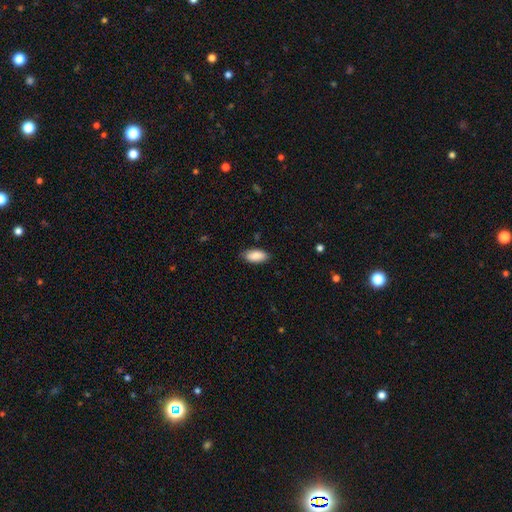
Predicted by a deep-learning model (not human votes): A smooth galaxy with no disk features (89%) that is in between round and cigar-shaped (90%).

Vote fractions:
- Smooth or featured? smooth: 89% / star or artifact: 6% / featured or disk: 5%
- How rounded? in between: 90% / cigar-shaped: 8% / round: 2%
- Merging? none: 84% / minor disturbance: 13% / major disturbance: 2% / merger: 1%